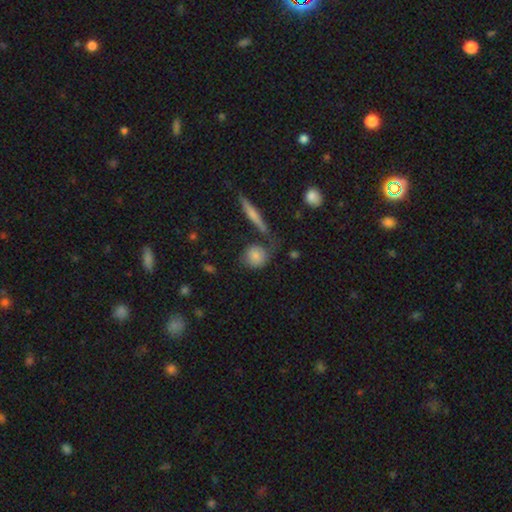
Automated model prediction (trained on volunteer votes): Smooth or featured: smooth — 76% (featured or disk — 16%)
How rounded: round — 80% (in between — 17%)
Merging: none — 64% (minor disturbance — 18%)